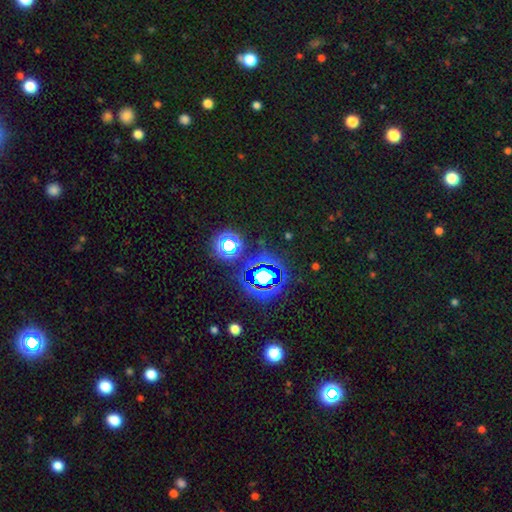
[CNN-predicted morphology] This is likely a star or artifact rather than a galaxy (77%).